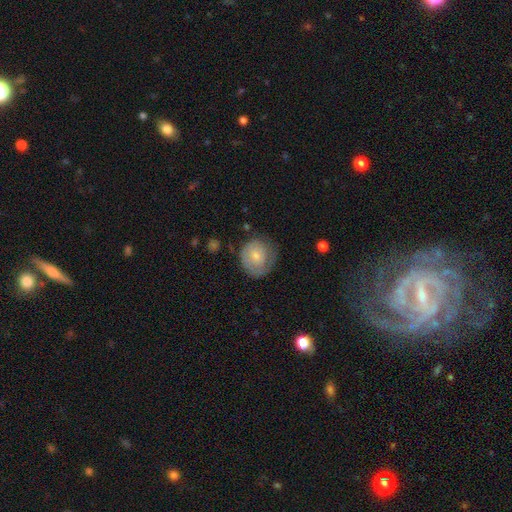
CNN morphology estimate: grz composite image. It shows a smooth galaxy with no disk features (58%) that is round (77%). Merging: none (60%).